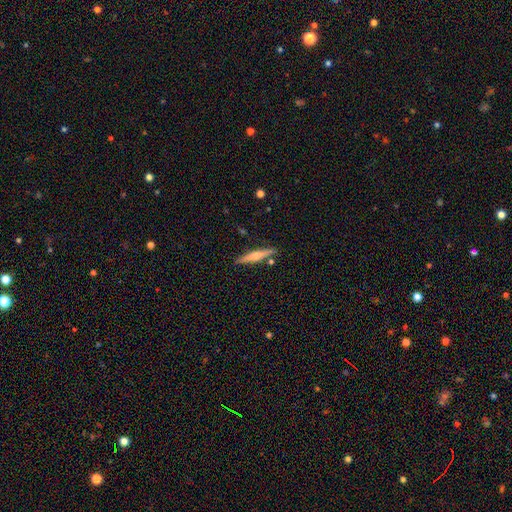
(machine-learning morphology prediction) Q: Smooth or featured?
A: featured or disk (50%); runner-up: smooth (44%)
Q: Edge-on disk?
A: yes (97%); runner-up: no (3%)
Q: Merging?
A: none (86%); runner-up: minor disturbance (8%)